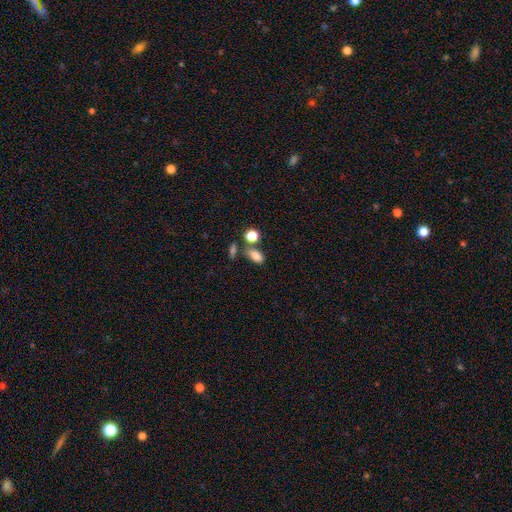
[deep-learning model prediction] Smooth or featured? smooth (81%)
How rounded? in between (83%)
Merging? none (60%)